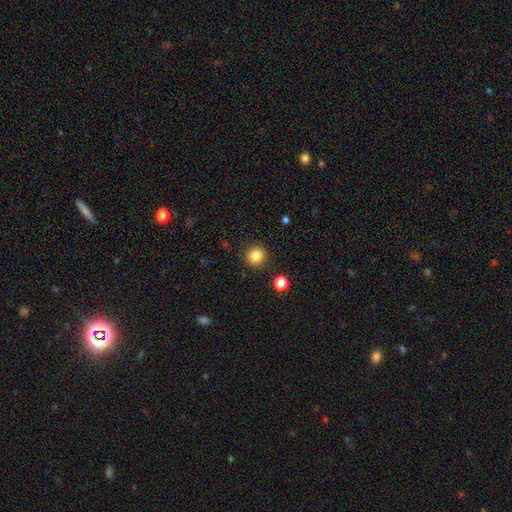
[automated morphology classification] Smooth or featured? Predicted: smooth (p=0.83). How rounded? Predicted: round (p=0.92). Merging? Predicted: none (p=0.90).